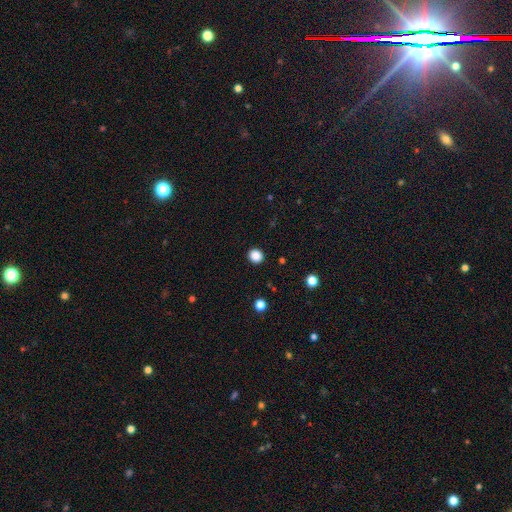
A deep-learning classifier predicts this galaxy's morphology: Smooth or featured? Predicted: smooth (p=0.87). How rounded? Predicted: round (p=0.87). Merging? Predicted: none (p=0.92).